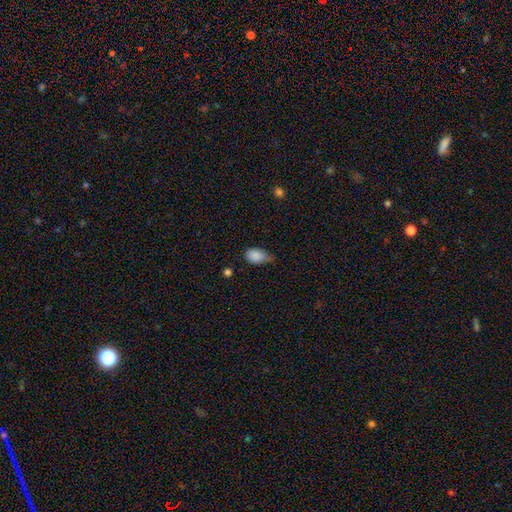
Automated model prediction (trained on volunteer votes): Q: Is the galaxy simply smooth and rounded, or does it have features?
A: smooth — 86%.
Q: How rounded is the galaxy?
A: in between — 85%.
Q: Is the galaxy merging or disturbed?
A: minor disturbance — 51%.